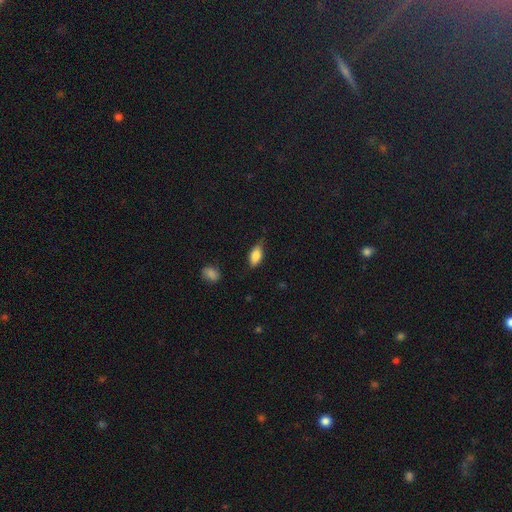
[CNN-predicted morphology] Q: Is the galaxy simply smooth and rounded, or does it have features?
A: smooth — 82%.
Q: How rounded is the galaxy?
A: in between — 88%.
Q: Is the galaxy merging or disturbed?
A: none — 64%.